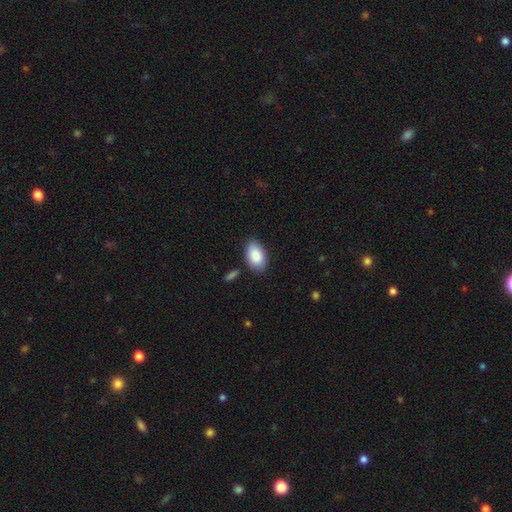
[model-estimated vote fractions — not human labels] smooth 88%, star or artifact 6%, featured or disk 5%. Down the decision tree: how rounded — in between (93%); merging — none (80%).